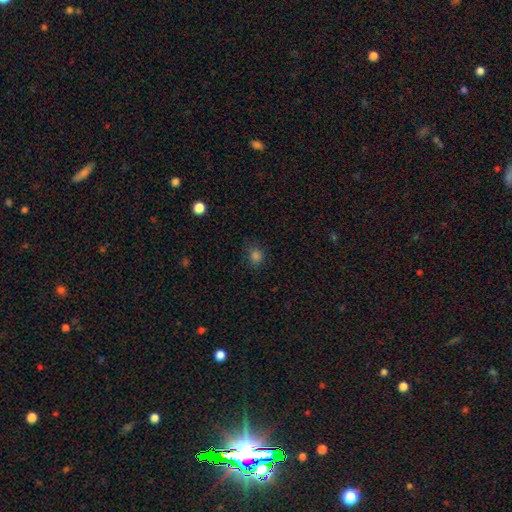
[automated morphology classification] Q: Smooth or featured?
A: smooth (78%); runner-up: star or artifact (18%)
Q: How rounded?
A: round (81%); runner-up: in between (18%)
Q: Merging?
A: none (80%); runner-up: minor disturbance (15%)